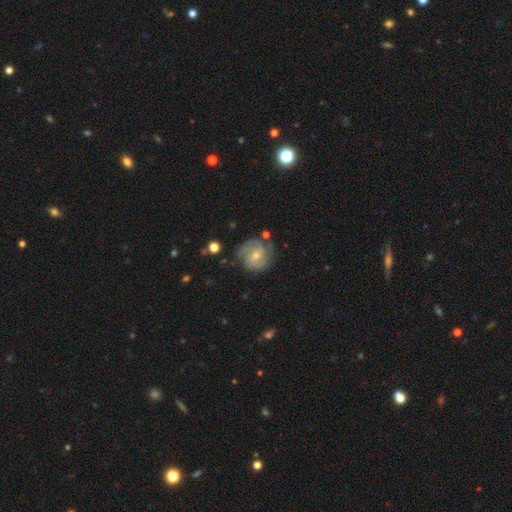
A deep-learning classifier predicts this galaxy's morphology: Smooth or featured: featured or disk — 81% (smooth — 13%)
Edge-on disk: no — 98% (yes — 2%)
Bar: no — 55% (weak — 37%)
Spiral arms: yes — 96% (no — 4%)
Spiral winding: tight — 51% (medium — 39%)
Spiral arm count: 3 — 35% (2 — 31%)
Bulge size: small — 60% (moderate — 36%)
Merging: none — 71% (minor disturbance — 18%)